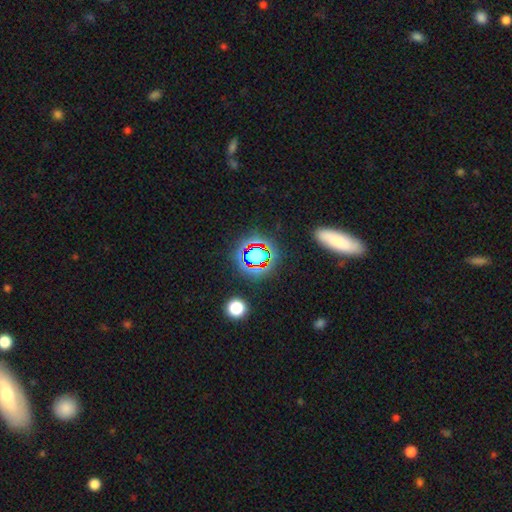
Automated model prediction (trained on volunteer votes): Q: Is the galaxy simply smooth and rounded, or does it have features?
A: star or artifact — 64%.